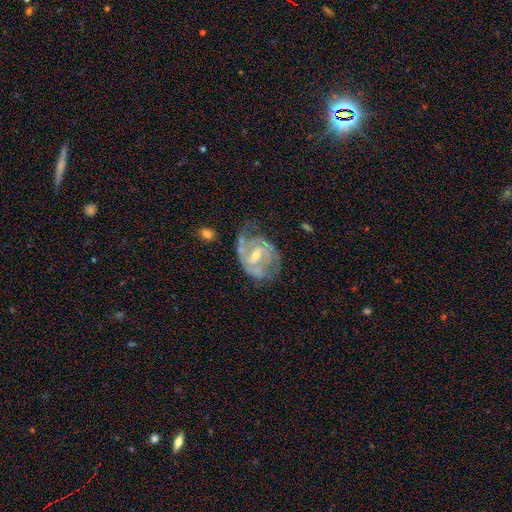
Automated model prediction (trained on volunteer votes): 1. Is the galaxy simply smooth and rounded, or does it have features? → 86% featured or disk, 8% smooth, 6% star or artifact.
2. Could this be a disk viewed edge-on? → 97% no, 3% yes.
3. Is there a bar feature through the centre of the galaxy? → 54% weak, 23% strong, 23% no.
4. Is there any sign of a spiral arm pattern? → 93% yes, 7% no.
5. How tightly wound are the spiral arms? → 47% tight, 41% medium, 12% loose.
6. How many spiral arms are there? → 56% 2, 20% can't tell, 13% 3, 6% 1, 3% 4, 3% more than 4.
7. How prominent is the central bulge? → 49% small, 47% moderate, 2% none, 2% large, 1% dominant.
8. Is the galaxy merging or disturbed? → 51% none, 26% minor disturbance, 19% major disturbance, 4% merger.